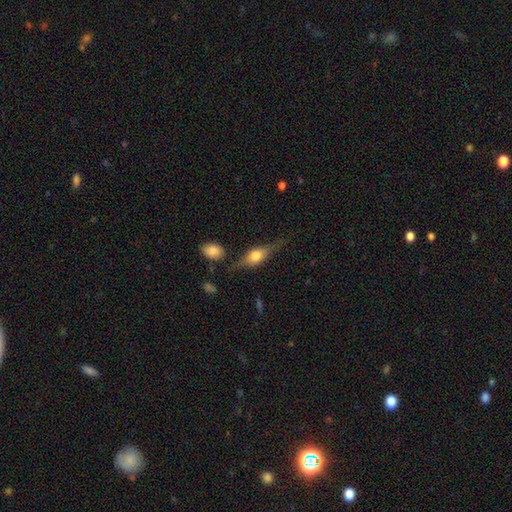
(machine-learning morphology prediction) Overall: featured or disk (55%; smooth 37%). Edge-on disk: yes (91%). Edge-on bulge: rounded (92%). Merging: none (70%).